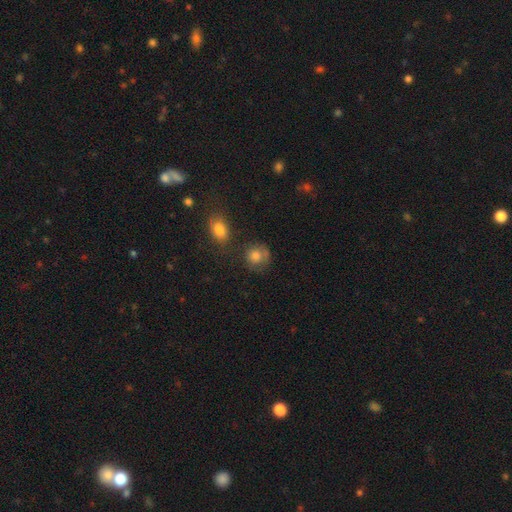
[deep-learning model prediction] smooth 76%, featured or disk 14%, star or artifact 10%. Down the decision tree: how rounded — round (83%); merging — none (60%).